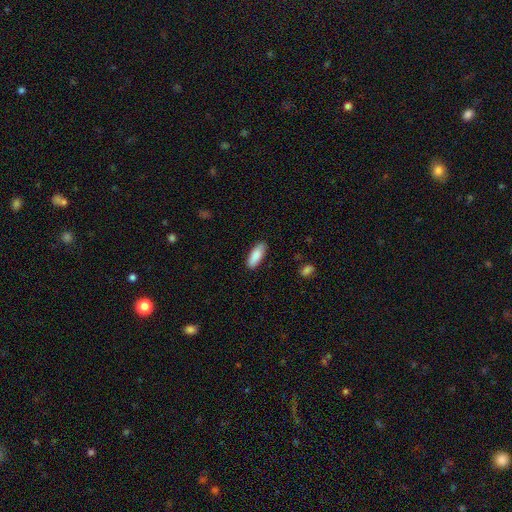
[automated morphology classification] Q: Smooth or featured?
A: smooth (88%); runner-up: featured or disk (6%)
Q: How rounded?
A: in between (72%); runner-up: cigar-shaped (26%)
Q: Merging?
A: none (86%); runner-up: minor disturbance (11%)